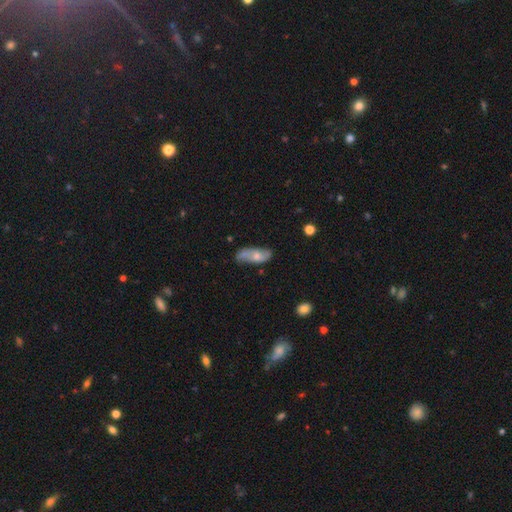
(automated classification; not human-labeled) smooth-or-featured: smooth: 49% | featured or disk: 44% | star or artifact: 7%
  merging: none: 63% | minor disturbance: 27% | major disturbance: 7% | merger: 3%